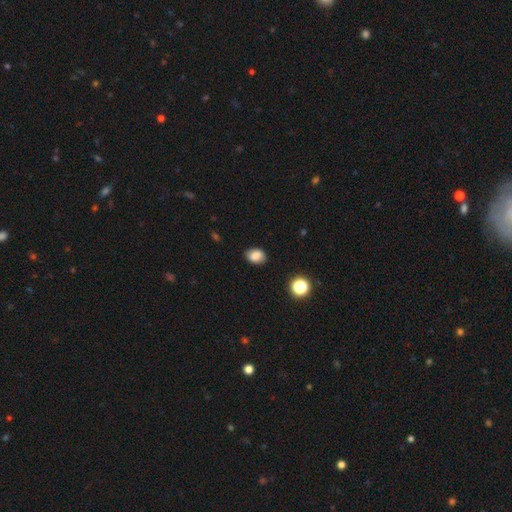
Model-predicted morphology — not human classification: Overall: smooth (84%). How rounded: in between (74%). Merging: none (84%).